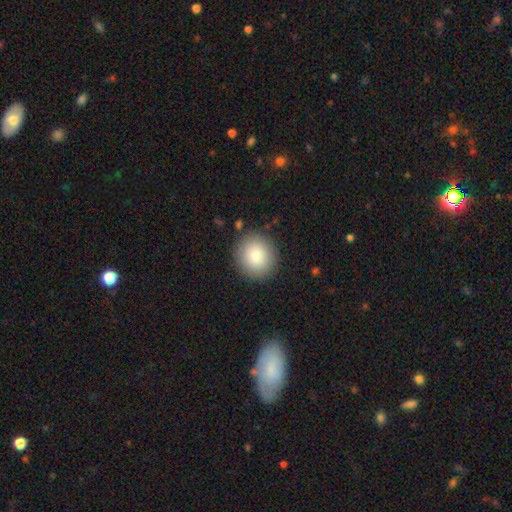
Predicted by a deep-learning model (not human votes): smooth-or-featured: smooth: 85% | star or artifact: 8% | featured or disk: 7%
  how-rounded: round: 89% | in between: 10% | cigar-shaped: 1%
  merging: none: 89% | minor disturbance: 7% | major disturbance: 2% | merger: 2%